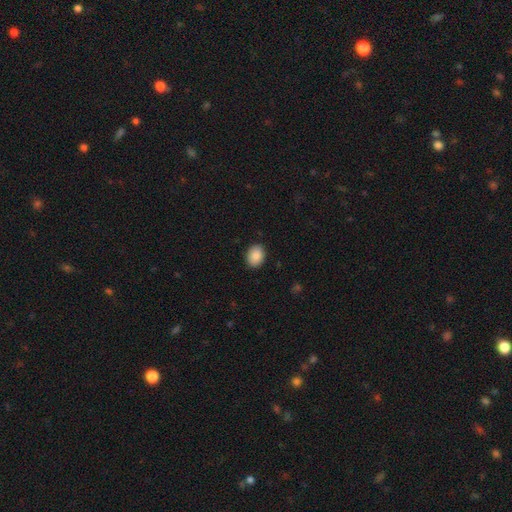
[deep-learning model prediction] smooth_or_featured: smooth (p=0.89) [alt: star or artifact p=0.07]
how_rounded: in between (p=0.66) [alt: round p=0.33]
merging: none (p=0.89) [alt: minor disturbance p=0.08]